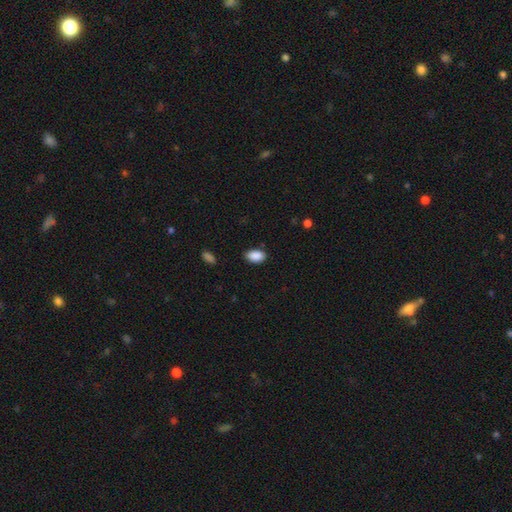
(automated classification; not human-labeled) Overall: smooth (90%). How rounded: in between (92%). Merging: none (84%).